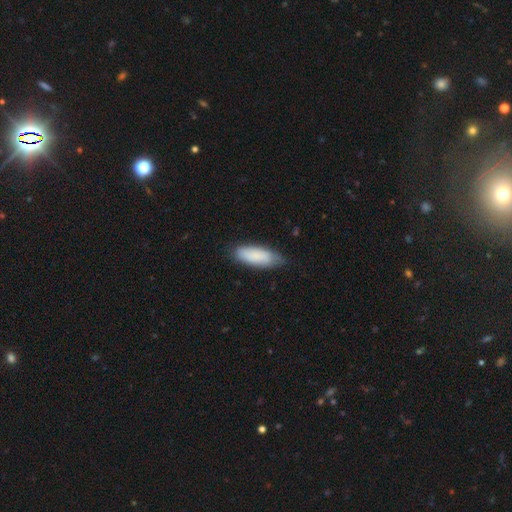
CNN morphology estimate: Smooth or featured? smooth (84%)
How rounded? in between (72%)
Merging? none (72%)